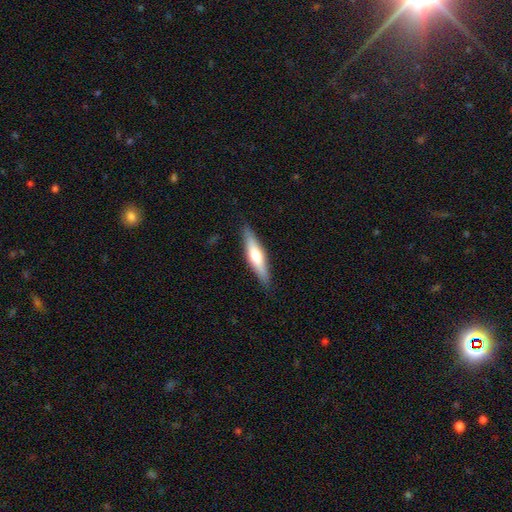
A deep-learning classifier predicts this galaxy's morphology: smooth-or-featured: smooth: 49% | featured or disk: 46% | star or artifact: 5%
  merging: none: 88% | minor disturbance: 9% | major disturbance: 2% | merger: 1%